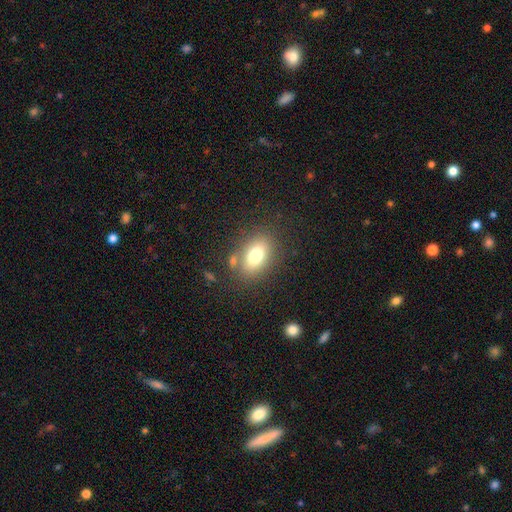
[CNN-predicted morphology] This appears to be a smooth galaxy with no disk features (77%) that is in between round and cigar-shaped (82%). Merging: none (74%).